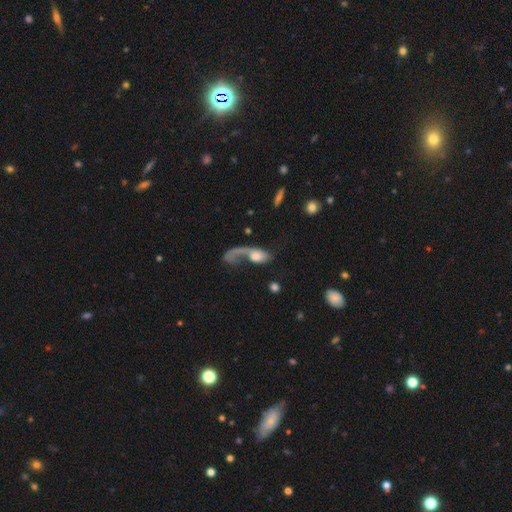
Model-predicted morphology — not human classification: This appears to be a featured or disk galaxy (54%). Merging: major disturbance (54%).